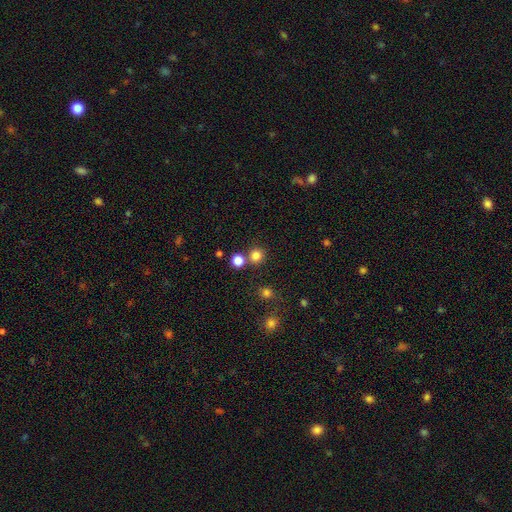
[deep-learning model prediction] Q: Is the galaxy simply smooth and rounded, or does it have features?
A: smooth — 80%.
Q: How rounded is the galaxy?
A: round — 92%.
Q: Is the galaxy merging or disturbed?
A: none — 75%.